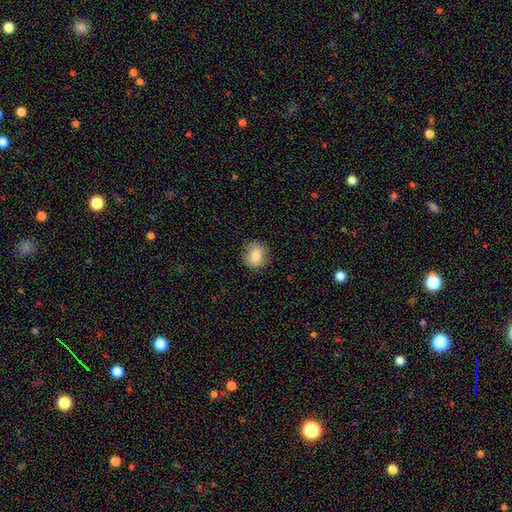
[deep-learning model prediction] This is likely a smooth galaxy (76%). How rounded: likely round (78%). Merging: clearly none (84%).